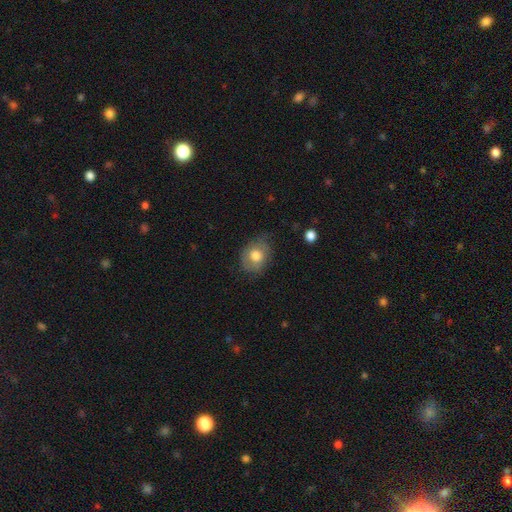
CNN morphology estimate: Q: Smooth or featured?
A: smooth (67%); runner-up: featured or disk (25%)
Q: How rounded?
A: round (52%); runner-up: in between (47%)
Q: Merging?
A: none (62%); runner-up: minor disturbance (28%)